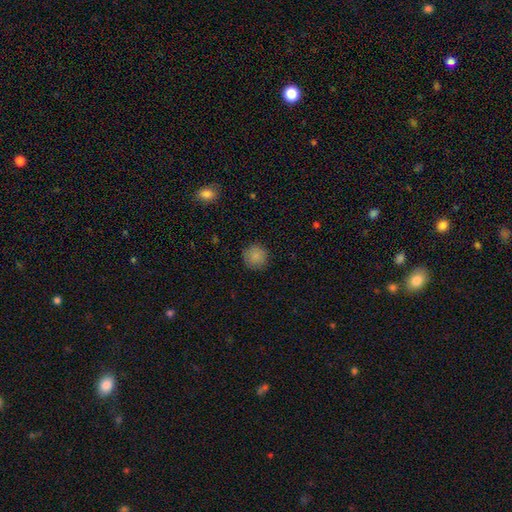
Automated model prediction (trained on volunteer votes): Smooth or featured?
  - smooth: 86% *
  - star or artifact: 10%
  - featured or disk: 4%
How rounded?
  - round: 94% *
  - in between: 5%
  - cigar-shaped: 1%
Merging?
  - none: 88% *
  - minor disturbance: 9%
  - major disturbance: 2%
  - merger: 1%